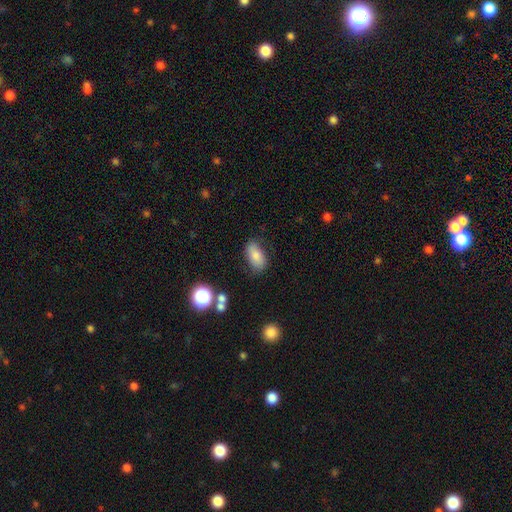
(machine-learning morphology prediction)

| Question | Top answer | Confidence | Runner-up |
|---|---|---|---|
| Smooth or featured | smooth | 80% | featured or disk (11%) |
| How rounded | in between | 90% | round (6%) |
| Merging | none | 74% | minor disturbance (19%) |